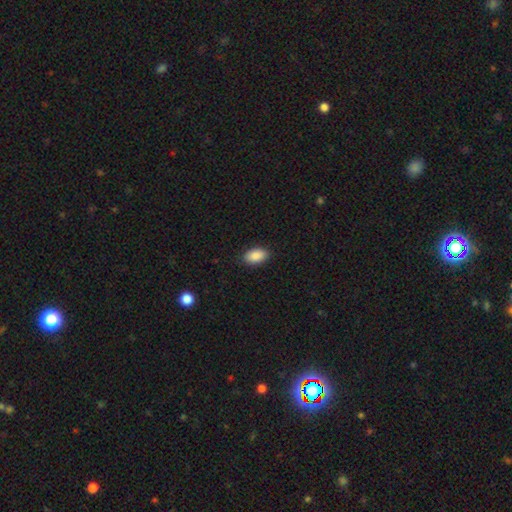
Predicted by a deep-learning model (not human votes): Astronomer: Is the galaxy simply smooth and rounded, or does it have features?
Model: smooth — 90%.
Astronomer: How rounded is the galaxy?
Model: in between — 93%.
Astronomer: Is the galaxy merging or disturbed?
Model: none — 88%.